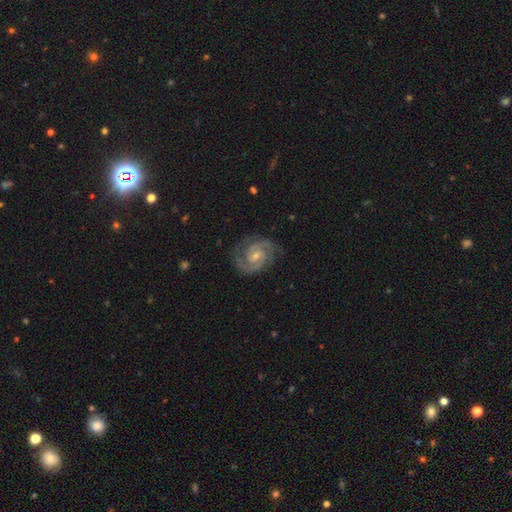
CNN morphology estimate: smooth-or-featured: featured or disk: 91% | star or artifact: 5% | smooth: 4%
  disk-edge-on: no: 98% | yes: 2%
    bar: no: 44% (tied) | weak: 44% (tied) | strong: 12%
    has-spiral-arms: yes: 99% | no: 1%
      spiral-winding: tight: 58% | medium: 38% | loose: 4%
      spiral-arm-count: 2: 89% | 3: 4% | can't tell: 2% | 1: 1% | 4: 1% | more than 4: 1%
    bulge-size: small: 54% | moderate: 40% | none: 3% | large: 1% | dominant: 1%
  merging: none: 83% | minor disturbance: 13% | major disturbance: 3% | merger: 1%